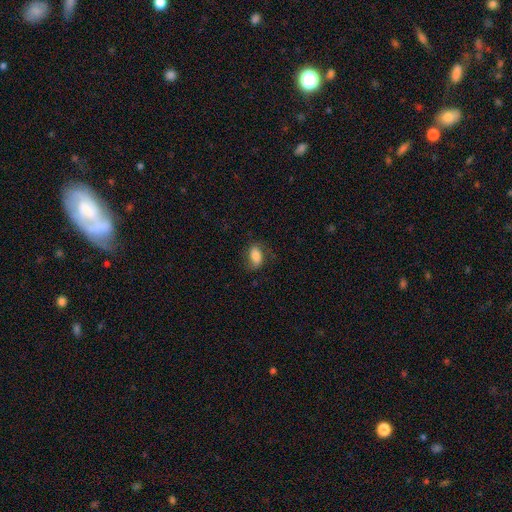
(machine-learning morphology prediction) Smooth or featured? smooth (71%)
How rounded? in between (87%)
Merging? none (68%)